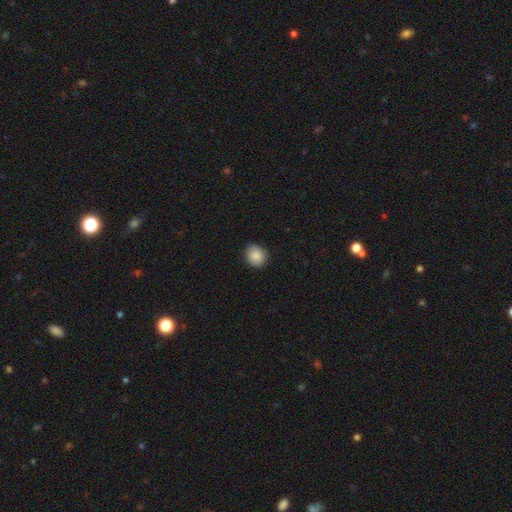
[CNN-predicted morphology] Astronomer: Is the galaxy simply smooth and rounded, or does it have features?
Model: smooth — 87%.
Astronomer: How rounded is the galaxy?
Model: round — 78%.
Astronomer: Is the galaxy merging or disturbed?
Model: none — 87%.